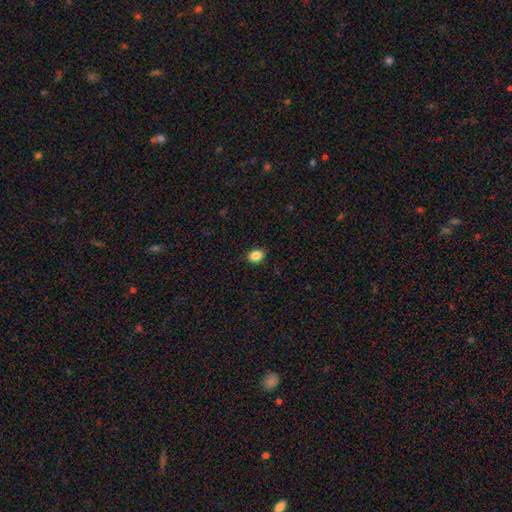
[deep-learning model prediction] This is clearly a smooth galaxy (86%). How rounded: likely in between (64%). Merging: clearly none (89%).